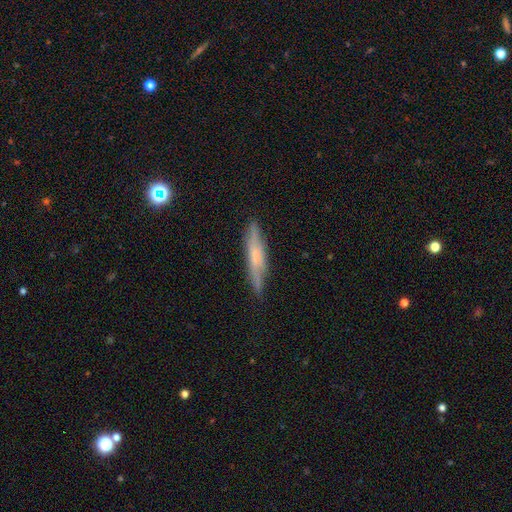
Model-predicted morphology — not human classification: smooth-or-featured: featured or disk: 48% | smooth: 45% | star or artifact: 7%
  merging: none: 79% | minor disturbance: 16% | major disturbance: 3% | merger: 2%